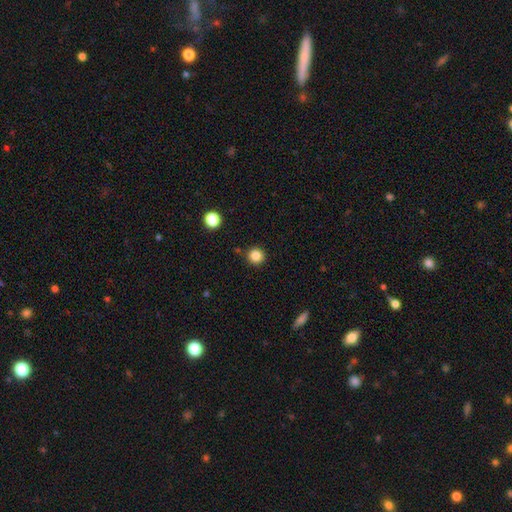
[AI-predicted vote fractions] This is clearly a smooth galaxy (84%). How rounded: clearly round (95%). Merging: clearly none (89%).